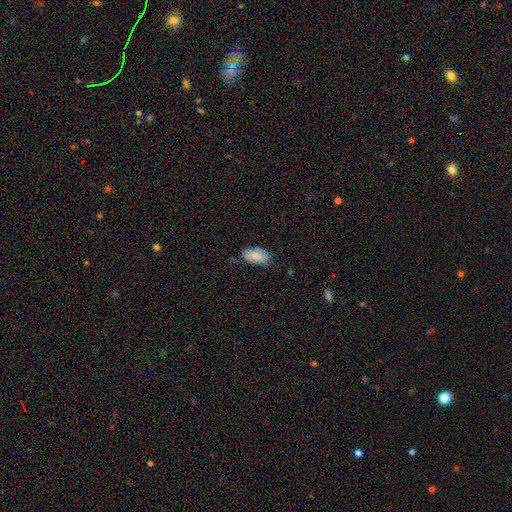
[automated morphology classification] Overall: smooth (82%). How rounded: in between (94%). Merging: none (66%; minor disturbance 27%).